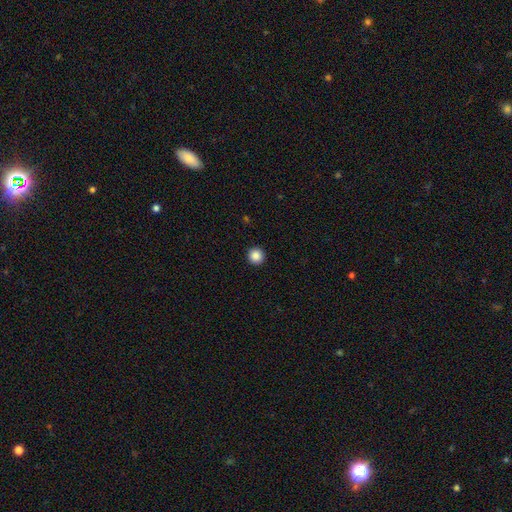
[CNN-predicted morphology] This is clearly a smooth galaxy (87%). How rounded: clearly round (96%). Merging: clearly none (94%).